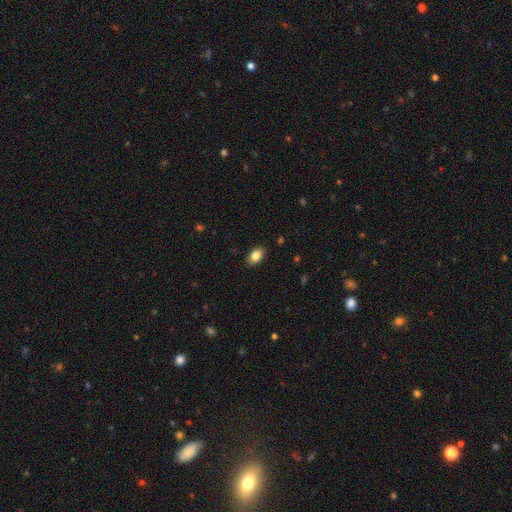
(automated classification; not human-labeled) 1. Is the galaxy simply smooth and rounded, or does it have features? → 84% smooth, 8% star or artifact, 8% featured or disk.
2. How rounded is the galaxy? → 90% in between, 9% round, 2% cigar-shaped.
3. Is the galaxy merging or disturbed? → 88% none, 9% minor disturbance, 2% major disturbance, 1% merger.